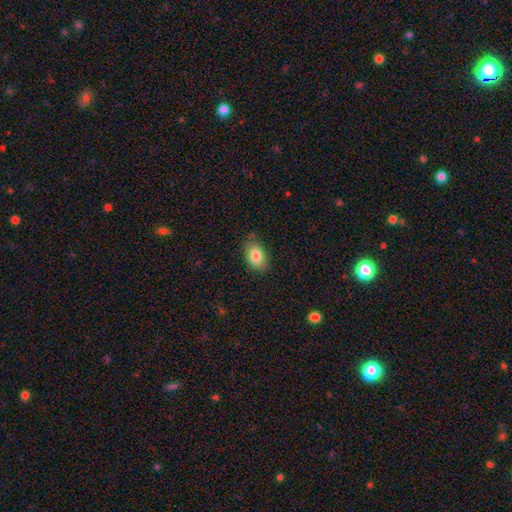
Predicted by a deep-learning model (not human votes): smooth_or_featured: smooth (p=0.83) [alt: featured or disk p=0.10]
how_rounded: in between (p=0.89) [alt: round p=0.10]
merging: none (p=0.78) [alt: minor disturbance p=0.18]